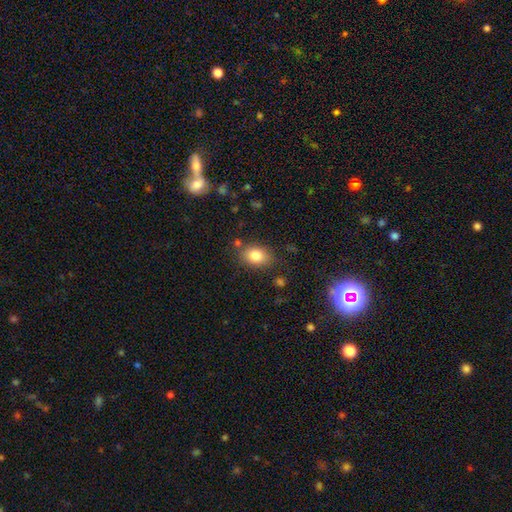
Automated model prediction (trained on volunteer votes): Overall: smooth (82%). How rounded: in between (74%). Merging: none (78%).